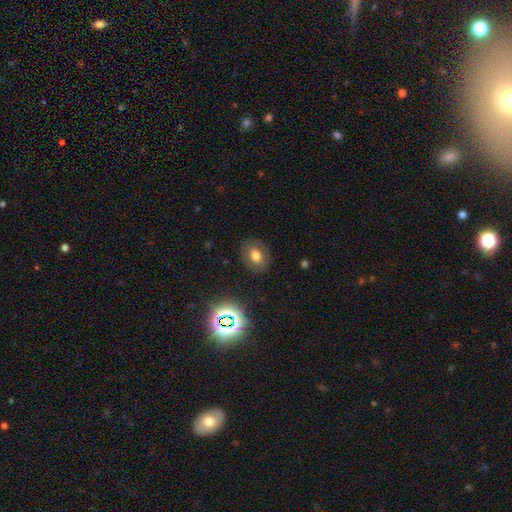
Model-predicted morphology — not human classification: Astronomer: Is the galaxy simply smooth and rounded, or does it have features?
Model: smooth — 65%.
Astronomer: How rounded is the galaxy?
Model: in between — 58% (runner-up: round, 41%).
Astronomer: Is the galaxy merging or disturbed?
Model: none — 84%.